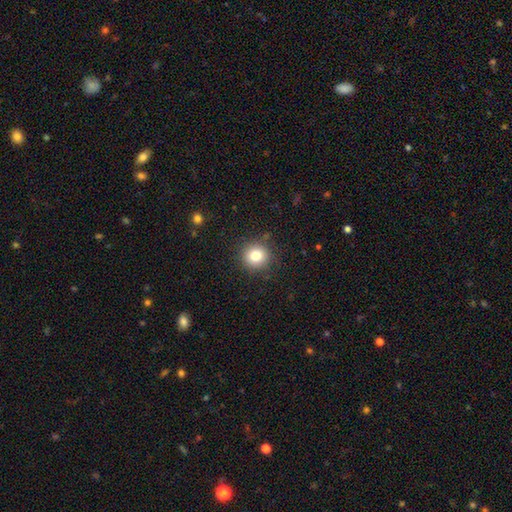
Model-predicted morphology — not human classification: This appears to be a smooth galaxy with no disk features (82%) that is round (92%). Merging: none (88%).